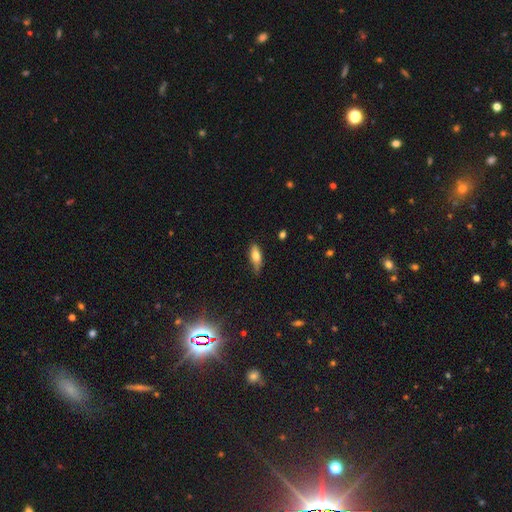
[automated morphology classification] smooth-or-featured: smooth: 69% | featured or disk: 24% | star or artifact: 8%
  how-rounded: in between: 65% | cigar-shaped: 32% | round: 3%
  merging: none: 64% | minor disturbance: 28% | major disturbance: 6% | merger: 2%